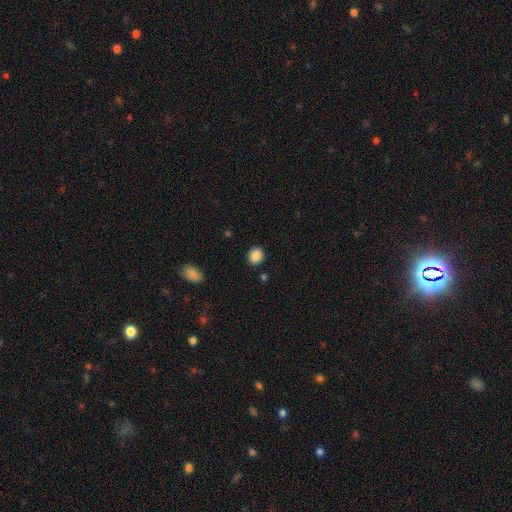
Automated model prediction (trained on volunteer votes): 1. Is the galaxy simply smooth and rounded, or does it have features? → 88% smooth, 9% star or artifact, 3% featured or disk.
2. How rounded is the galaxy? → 75% round, 24% in between, 1% cigar-shaped.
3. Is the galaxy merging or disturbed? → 89% none, 7% minor disturbance, 2% major disturbance, 2% merger.